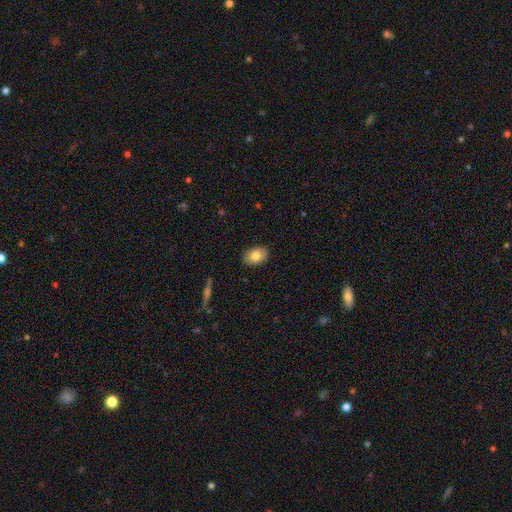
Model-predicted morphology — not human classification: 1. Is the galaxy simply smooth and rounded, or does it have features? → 79% smooth, 13% featured or disk, 7% star or artifact.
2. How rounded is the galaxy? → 86% in between, 13% round, 1% cigar-shaped.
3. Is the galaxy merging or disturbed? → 89% none, 8% minor disturbance, 2% major disturbance, 1% merger.